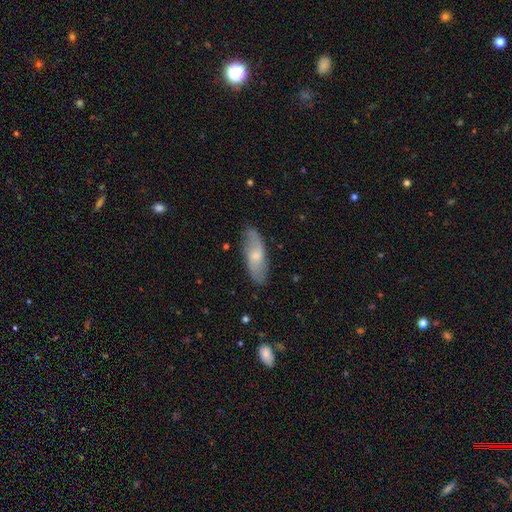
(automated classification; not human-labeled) featured or disk 48%, smooth 46%, star or artifact 6%. Down the decision tree: merging — none (80%).